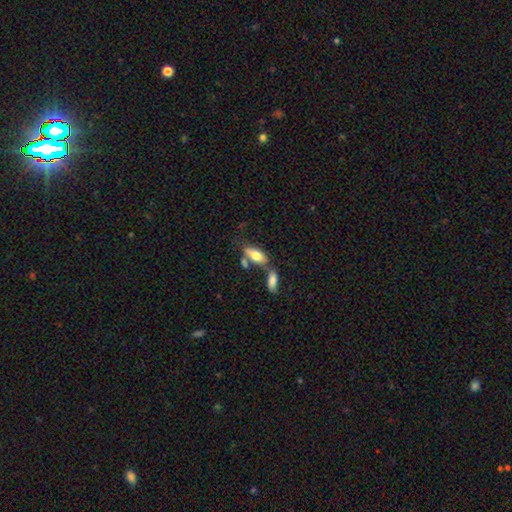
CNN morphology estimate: This is likely a smooth galaxy (70%). How rounded: clearly in between (82%). Merging: possibly none (46%).